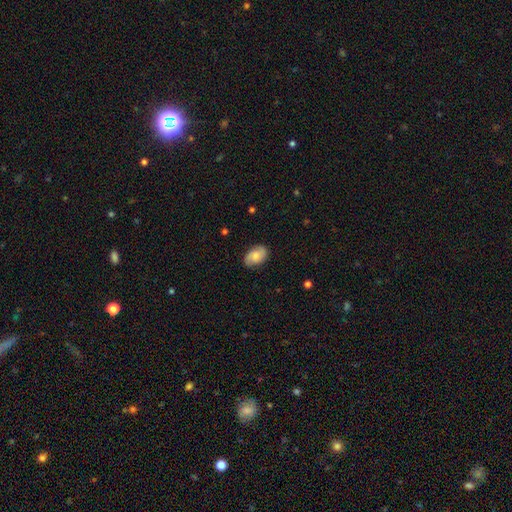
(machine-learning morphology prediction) This is possibly a smooth galaxy (55%). How rounded: clearly in between (88%). Merging: clearly none (81%).